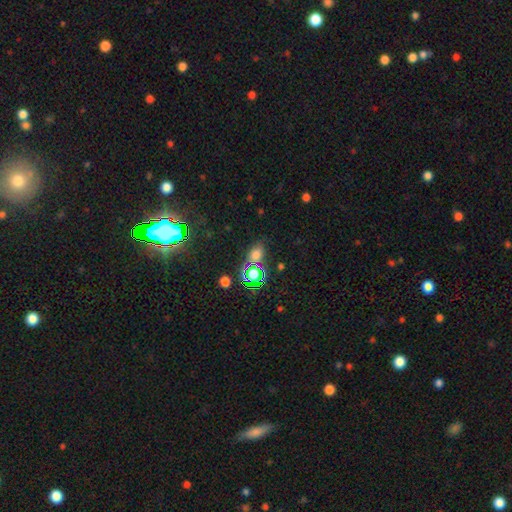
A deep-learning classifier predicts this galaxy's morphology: A smooth galaxy with no disk features (50%).

Vote fractions:
- Smooth or featured? smooth: 50% / star or artifact: 42% / featured or disk: 8%
- Merging? none: 73% / minor disturbance: 12% / merger: 10% / major disturbance: 5%